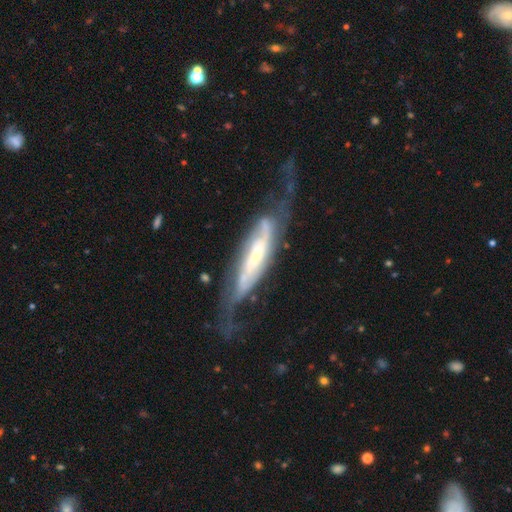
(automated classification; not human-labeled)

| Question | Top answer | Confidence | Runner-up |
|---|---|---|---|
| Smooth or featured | featured or disk | 81% | smooth (13%) |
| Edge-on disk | no | 69% | yes (31%) |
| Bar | no | 38% | weak (32%) |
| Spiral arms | yes | 91% | no (9%) |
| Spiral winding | medium | 41% | tight (33%) |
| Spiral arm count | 2 | 62% | can't tell (25%) |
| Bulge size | small | 46% | moderate (32%) |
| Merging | none | 51% | major disturbance (24%) |